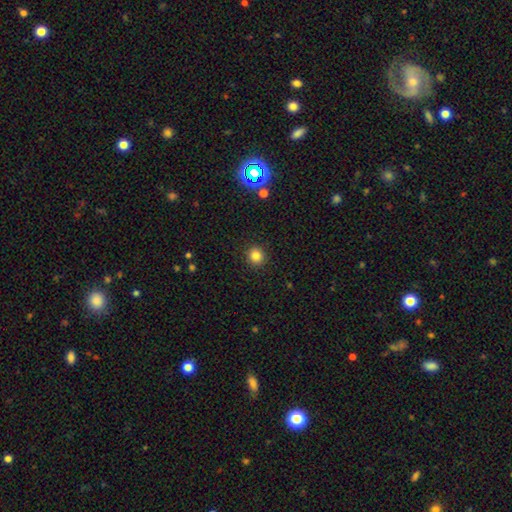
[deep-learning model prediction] This is clearly a smooth galaxy (82%). How rounded: clearly round (91%). Merging: clearly none (91%).